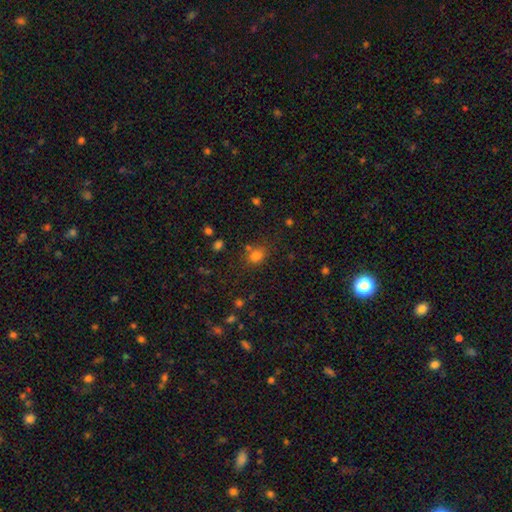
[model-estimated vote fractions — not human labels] Smooth or featured? Predicted: smooth (p=0.76). How rounded? Predicted: round (p=0.62). Merging? Predicted: none (p=0.68).